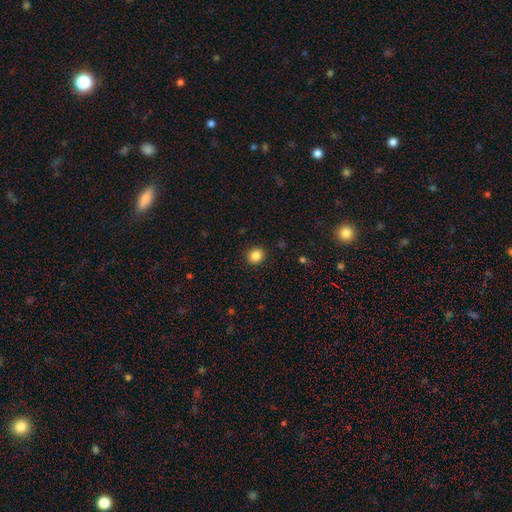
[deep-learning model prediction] Smooth or featured? smooth (86%)
How rounded? round (85%)
Merging? none (91%)